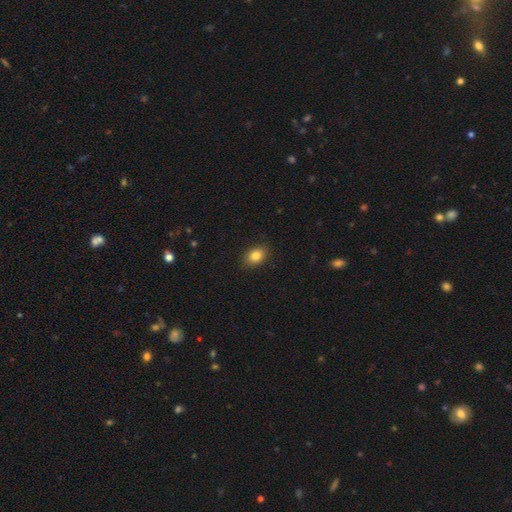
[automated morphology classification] This is clearly a smooth galaxy (84%). How rounded: likely in between (75%). Merging: clearly none (87%).